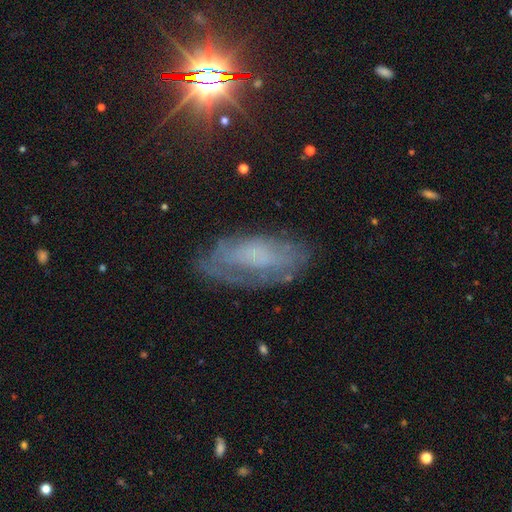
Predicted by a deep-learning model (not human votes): featured or disk 51%, smooth 33%, star or artifact 16%. Down the decision tree: edge-on disk — no (86%); merging — none (64%).